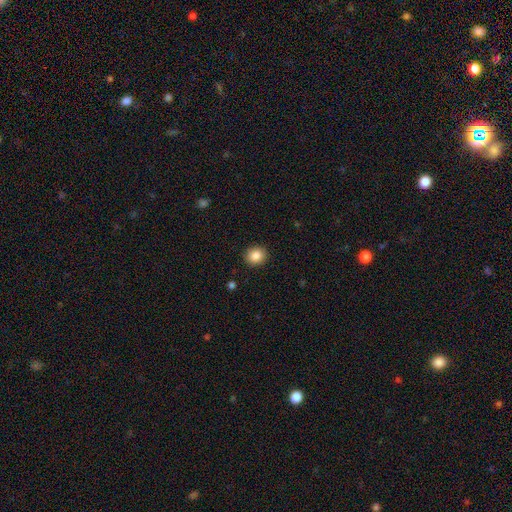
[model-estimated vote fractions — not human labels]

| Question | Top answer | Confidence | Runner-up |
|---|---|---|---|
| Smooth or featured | smooth | 86% | star or artifact (9%) |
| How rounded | round | 81% | in between (18%) |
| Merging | none | 91% | minor disturbance (6%) |